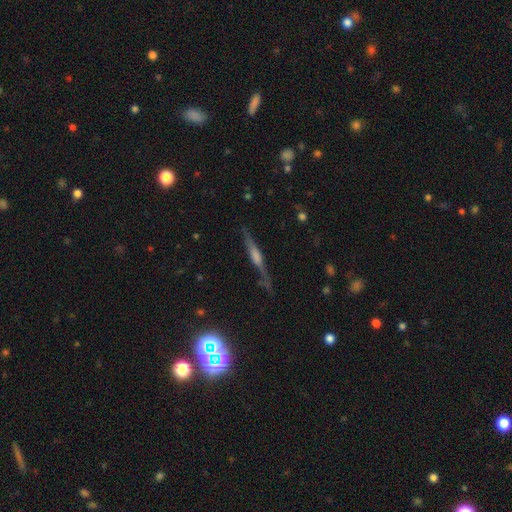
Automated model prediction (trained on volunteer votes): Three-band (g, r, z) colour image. It shows a featured or disk galaxy (66%) viewed edge-on (93%) with a rounded central bulge (62%). Merging: none (80%).